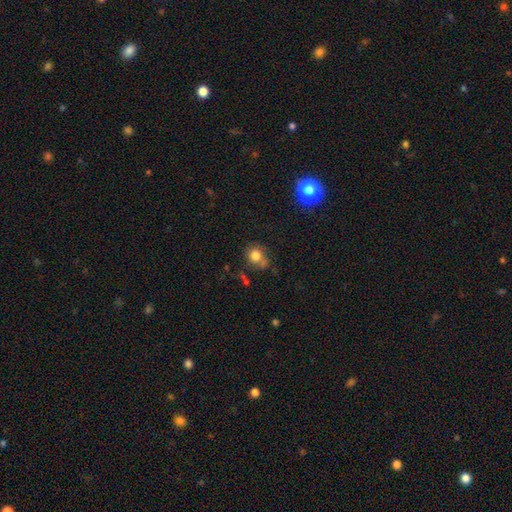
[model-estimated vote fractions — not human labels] Morphology: type=smooth (78%); roundness=round (71%); merging=none (59%).